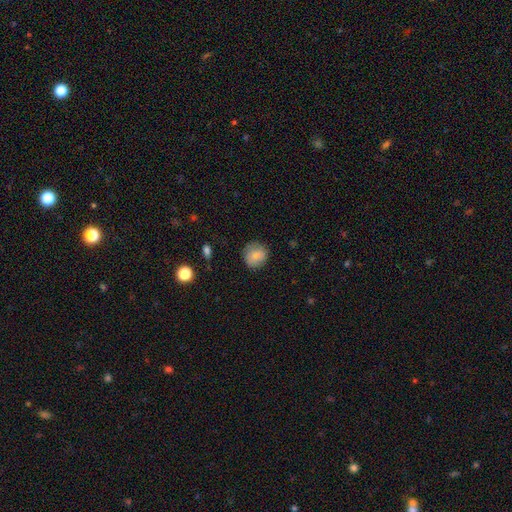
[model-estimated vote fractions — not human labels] smooth 79%, featured or disk 13%, star or artifact 8%. Down the decision tree: how rounded — round (84%); merging — none (78%).